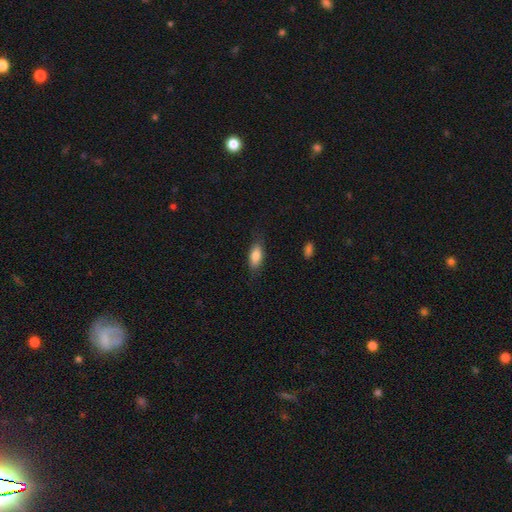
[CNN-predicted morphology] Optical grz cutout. It shows a smooth galaxy with no disk features (83%) that is in between round and cigar-shaped (81%). Merging: none (80%).